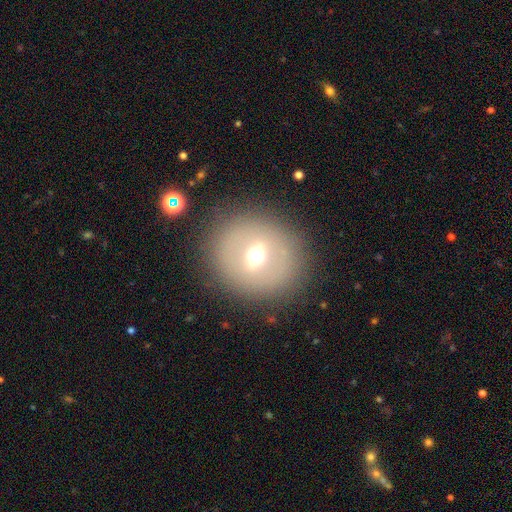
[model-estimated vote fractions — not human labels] smooth-or-featured: smooth: 50% | featured or disk: 34% | star or artifact: 15%
  how-rounded: round: 82% | in between: 17% | cigar-shaped: 1%
  merging: none: 85% | minor disturbance: 8% | major disturbance: 5% | merger: 2%